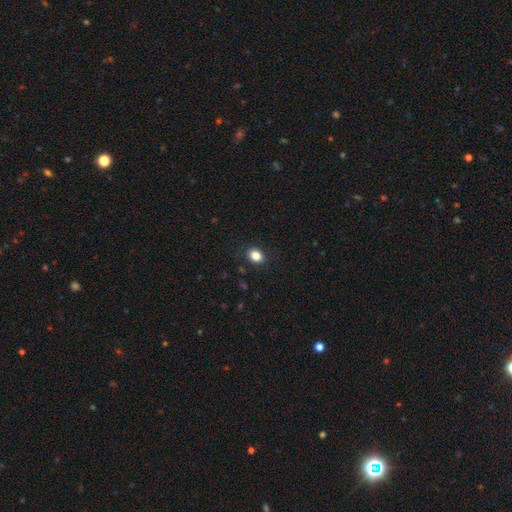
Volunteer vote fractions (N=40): Smooth or featured?
  - smooth: 82% *
  - star or artifact: 10%
  - featured or disk: 8%
How rounded?
  - in between: 58% *
  - round: 42%
  - cigar-shaped: 0%
Merging?
  - none: 92% *
  - minor disturbance: 6%
  - major disturbance: 3%
  - merger: 0%